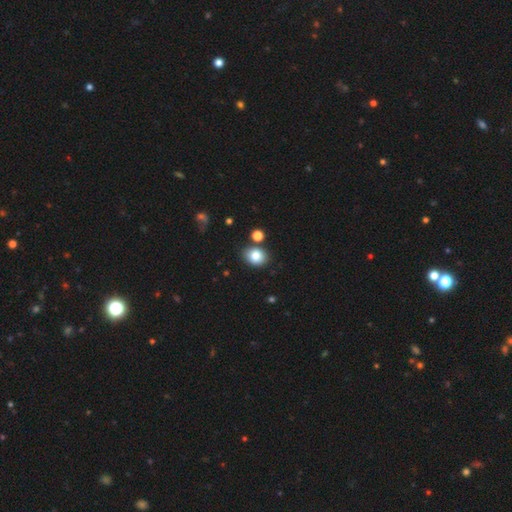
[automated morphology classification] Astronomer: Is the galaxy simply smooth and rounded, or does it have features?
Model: smooth — 84%.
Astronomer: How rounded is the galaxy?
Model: round — 54% (runner-up: in between, 45%).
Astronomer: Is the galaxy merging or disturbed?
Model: none — 76%.